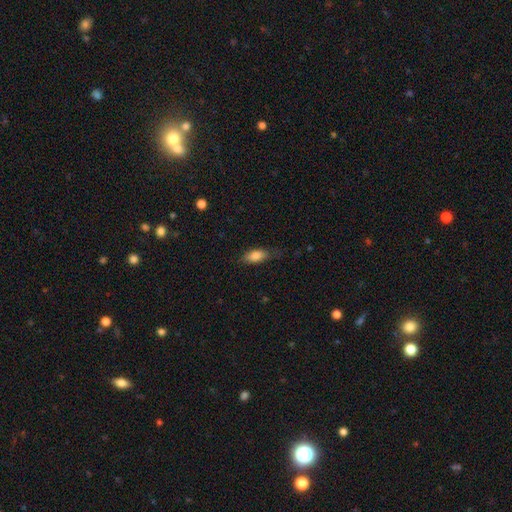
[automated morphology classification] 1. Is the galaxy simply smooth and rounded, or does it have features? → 83% smooth, 10% featured or disk, 7% star or artifact.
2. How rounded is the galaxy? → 83% in between, 14% cigar-shaped, 4% round.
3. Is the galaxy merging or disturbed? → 66% none, 25% minor disturbance, 8% major disturbance, 1% merger.